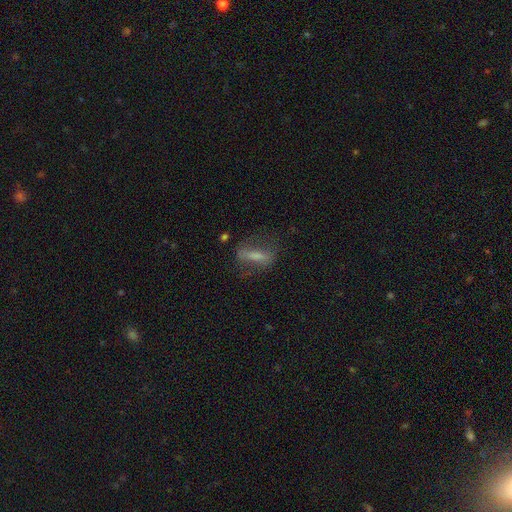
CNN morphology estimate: A featured or disk galaxy (43%).

Vote fractions:
- Smooth or featured? featured or disk: 43% / smooth: 42% / star or artifact: 15%
- Merging? none: 64% / minor disturbance: 19% / major disturbance: 15% / merger: 2%